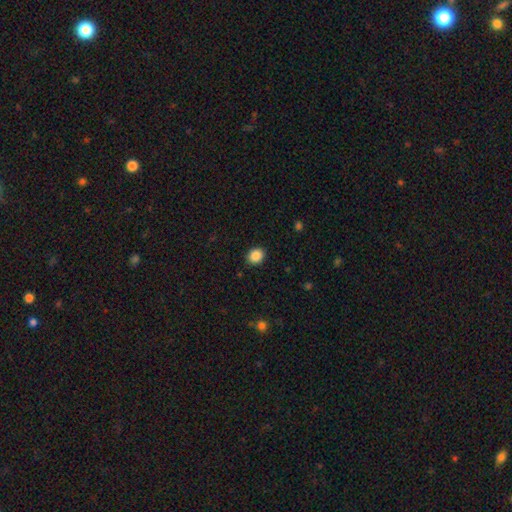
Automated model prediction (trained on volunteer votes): A smooth galaxy with no disk features (88%) that is round (60%). Merging: none (90%).